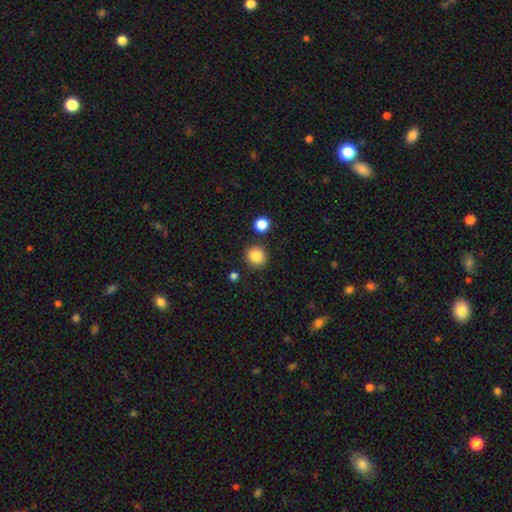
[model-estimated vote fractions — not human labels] Morphology: type=smooth (86%); roundness=round (91%); merging=none (86%).